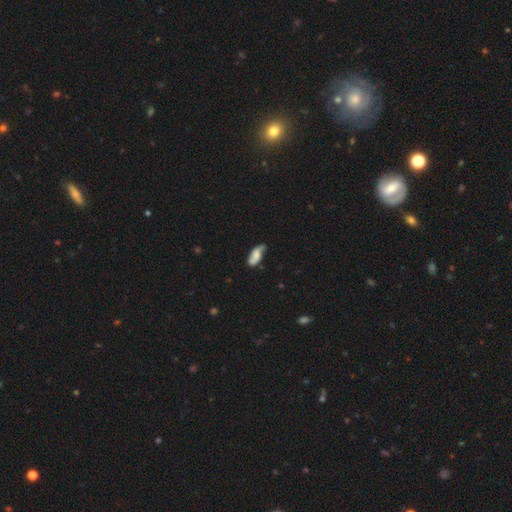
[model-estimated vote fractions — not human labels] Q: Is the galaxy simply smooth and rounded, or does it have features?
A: featured or disk — 48%.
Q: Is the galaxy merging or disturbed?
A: none — 66%.